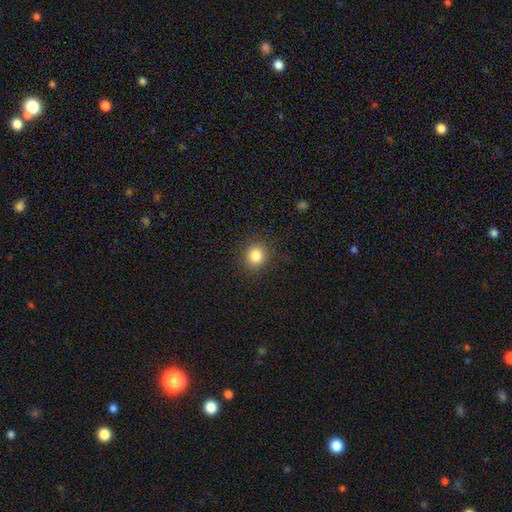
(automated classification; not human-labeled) This appears to be a smooth galaxy with no disk features (84%) that is round (88%). Merging: none (89%).